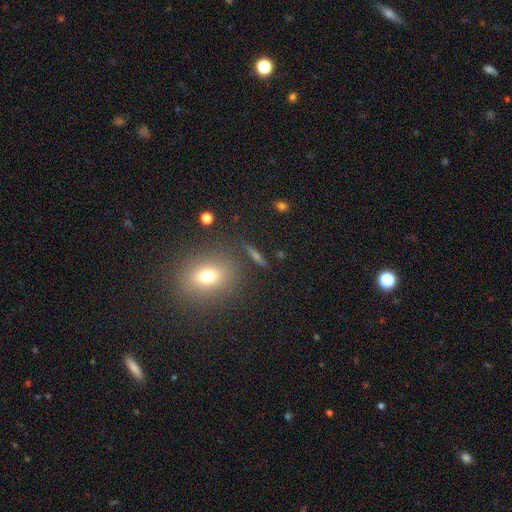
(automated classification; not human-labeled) Overall: smooth (45%; star or artifact 29%). Merging: none (83%).